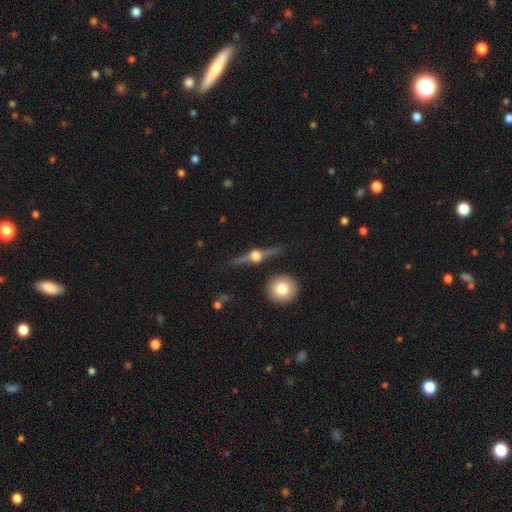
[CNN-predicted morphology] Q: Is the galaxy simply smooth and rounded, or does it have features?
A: featured or disk — 83%.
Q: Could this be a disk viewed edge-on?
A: yes — 95%.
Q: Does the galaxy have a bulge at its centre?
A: rounded — 96%.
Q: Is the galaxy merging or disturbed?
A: none — 83%.